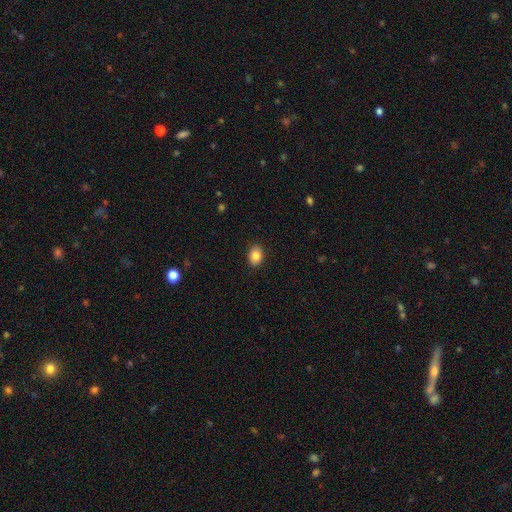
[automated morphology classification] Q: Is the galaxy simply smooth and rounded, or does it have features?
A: smooth — 85%.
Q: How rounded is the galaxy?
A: in between — 75%.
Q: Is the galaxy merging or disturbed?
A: none — 90%.